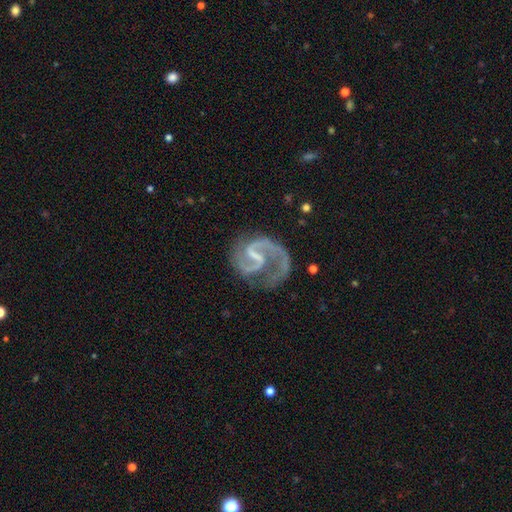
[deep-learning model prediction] Smooth or featured? Predicted: featured or disk (p=0.92). Edge-on disk? Predicted: no (p=0.99). Bar? Predicted: weak (p=0.51). Spiral arms? Predicted: yes (p=0.97). Spiral winding? Predicted: medium (p=0.59). Spiral arm count? Predicted: 2 (p=0.87). Bulge size? Predicted: none (p=0.54). Merging? Predicted: none (p=0.58).